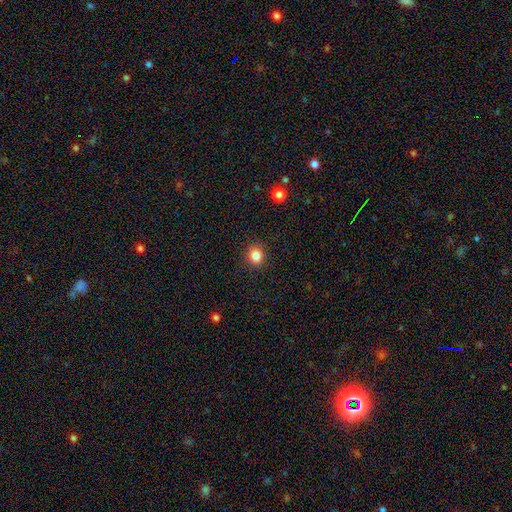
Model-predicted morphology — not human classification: type=smooth (84%); roundness=round (75%); merging=none (90%).